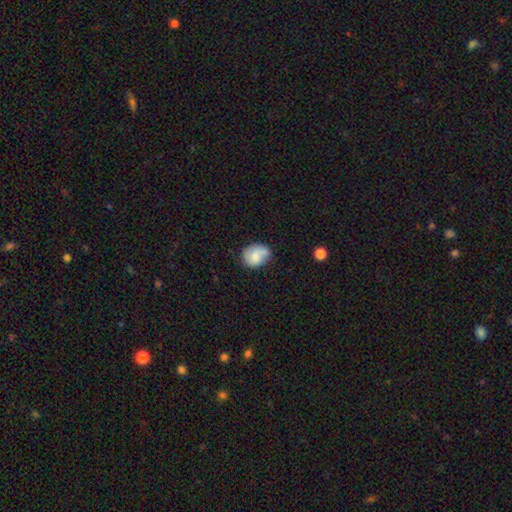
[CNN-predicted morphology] smooth_or_featured: smooth (p=0.65) [alt: featured or disk p=0.28]
how_rounded: round (p=0.53) [alt: in between p=0.46]
merging: none (p=0.51) [alt: minor disturbance p=0.34]